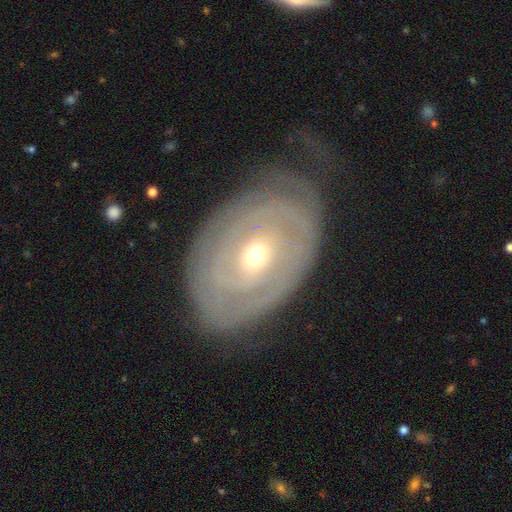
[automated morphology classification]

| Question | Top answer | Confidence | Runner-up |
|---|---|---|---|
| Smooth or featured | featured or disk | 78% | smooth (16%) |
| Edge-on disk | no | 95% | yes (5%) |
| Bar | no | 68% | weak (24%) |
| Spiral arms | yes | 75% | no (25%) |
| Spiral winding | tight | 79% | medium (14%) |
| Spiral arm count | can't tell | 51% | 2 (25%) |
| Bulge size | small | 51% | moderate (45%) |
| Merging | none | 63% | minor disturbance (23%) |